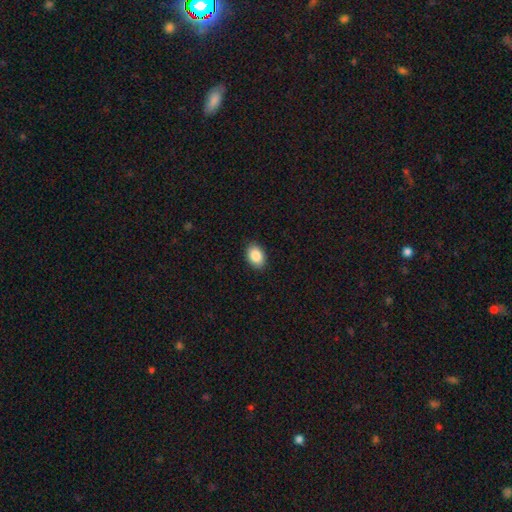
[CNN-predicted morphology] The model was most divided on "how rounded": in between: 82%, round: 17%, cigar-shaped: 1%. More confident: merging — none (89%); smooth or featured — smooth (88%).